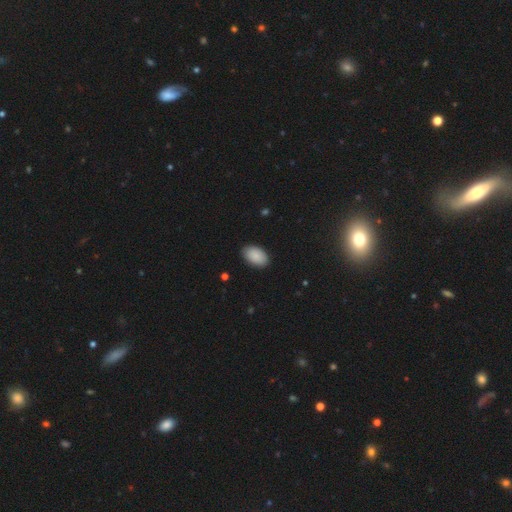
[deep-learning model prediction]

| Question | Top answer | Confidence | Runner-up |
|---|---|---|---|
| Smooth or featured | smooth | 89% | star or artifact (6%) |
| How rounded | in between | 93% | round (6%) |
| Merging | none | 88% | minor disturbance (9%) |